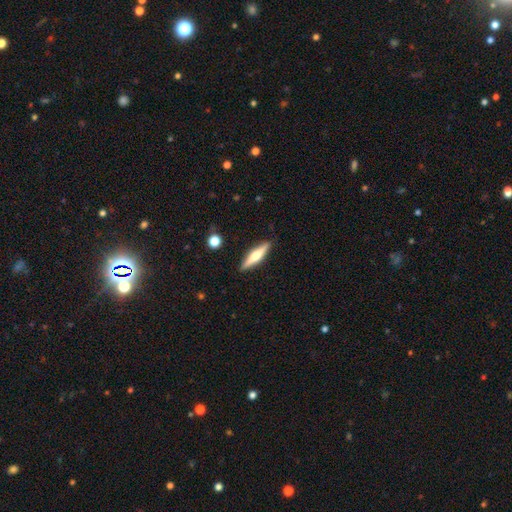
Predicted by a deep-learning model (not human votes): Smooth or featured: featured or disk — 55% (smooth — 40%)
Edge-on disk: yes — 96% (no — 4%)
Edge-on bulge: rounded — 89% (boxy — 6%)
Merging: none — 90% (minor disturbance — 7%)